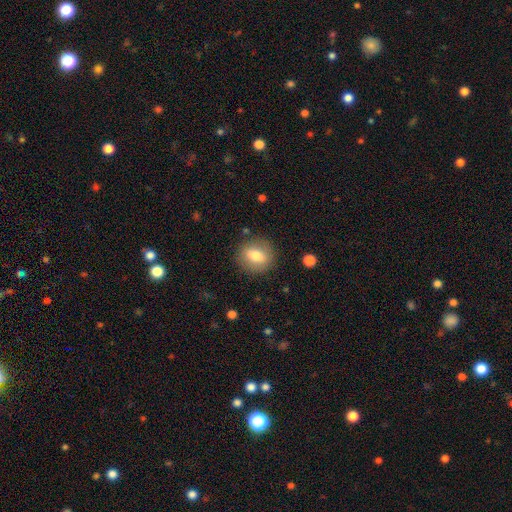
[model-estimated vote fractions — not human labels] smooth_or_featured: smooth (p=0.73) [alt: featured or disk p=0.19]
how_rounded: round (p=0.63) [alt: in between p=0.35]
merging: none (p=0.86) [alt: minor disturbance p=0.09]